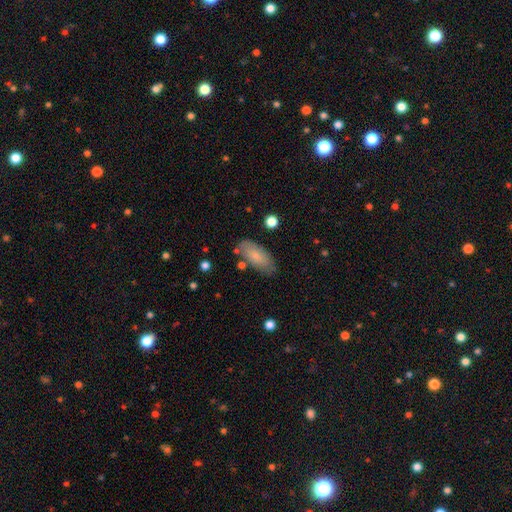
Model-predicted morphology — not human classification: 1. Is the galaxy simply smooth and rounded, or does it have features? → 78% smooth, 16% featured or disk, 6% star or artifact.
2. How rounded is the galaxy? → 88% in between, 10% cigar-shaped, 2% round.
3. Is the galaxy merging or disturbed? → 75% none, 17% minor disturbance, 4% merger, 4% major disturbance.